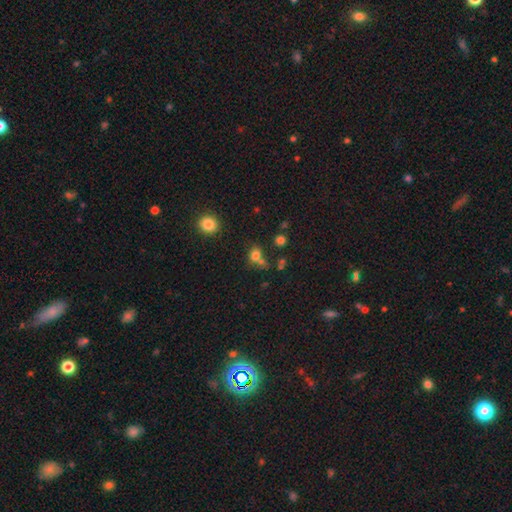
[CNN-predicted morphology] The model was most divided on "merging": none: 48%, merger: 34%, minor disturbance: 12%, major disturbance: 6%. More confident: smooth or featured — smooth (75%); how rounded — round (58%).